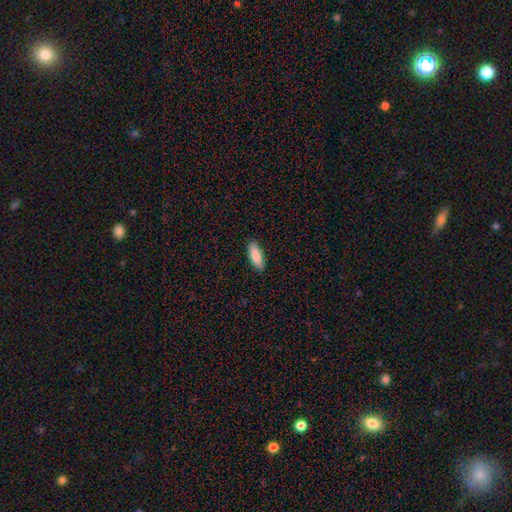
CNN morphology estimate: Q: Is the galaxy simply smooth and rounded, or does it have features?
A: smooth — 89%.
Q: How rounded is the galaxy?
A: in between — 68%.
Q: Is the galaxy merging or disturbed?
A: none — 89%.